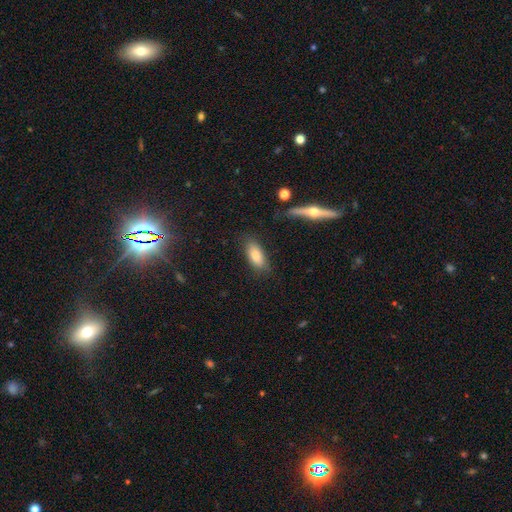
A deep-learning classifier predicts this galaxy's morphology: Smooth or featured: smooth — 82% (featured or disk — 11%)
How rounded: in between — 83% (cigar-shaped — 15%)
Merging: none — 77% (minor disturbance — 16%)